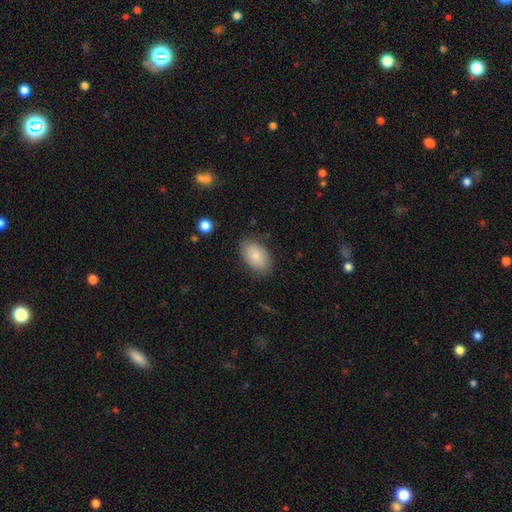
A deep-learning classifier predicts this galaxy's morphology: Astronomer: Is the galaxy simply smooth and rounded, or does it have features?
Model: smooth — 84%.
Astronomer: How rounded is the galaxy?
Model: in between — 92%.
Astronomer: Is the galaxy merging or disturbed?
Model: none — 81%.